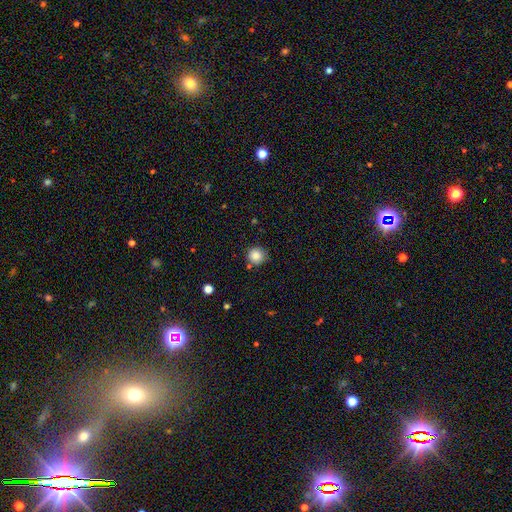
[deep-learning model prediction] Smooth or featured? Predicted: smooth (p=0.85). How rounded? Predicted: round (p=0.94). Merging? Predicted: none (p=0.80).